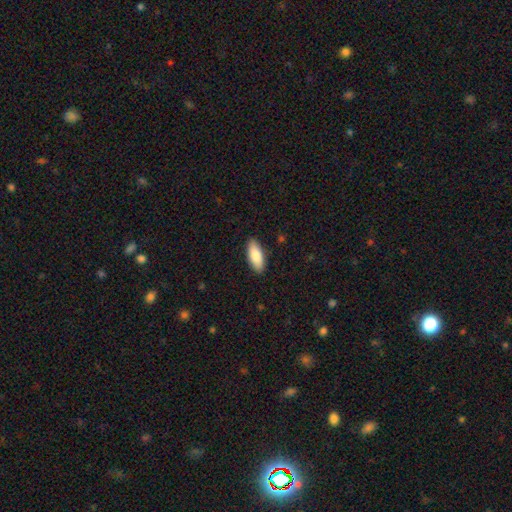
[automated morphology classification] smooth-or-featured: smooth: 85% | featured or disk: 9% | star or artifact: 6%
  how-rounded: in between: 80% | cigar-shaped: 19% | round: 2%
  merging: none: 89% | minor disturbance: 8% | major disturbance: 2% | merger: 1%